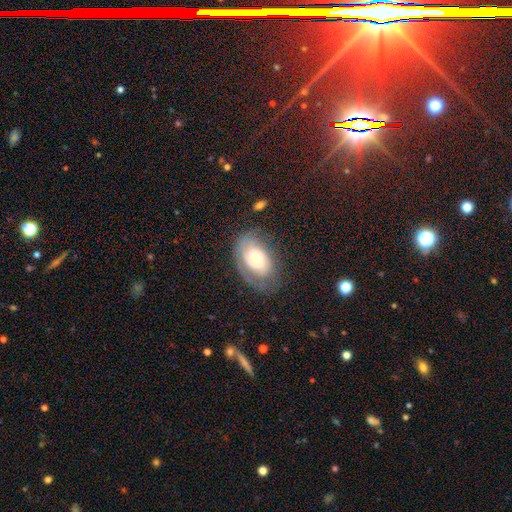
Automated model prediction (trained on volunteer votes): The model was most divided on "smooth or featured": featured or disk: 45%, smooth: 41%, star or artifact: 14%. More confident: merging — none (63%).